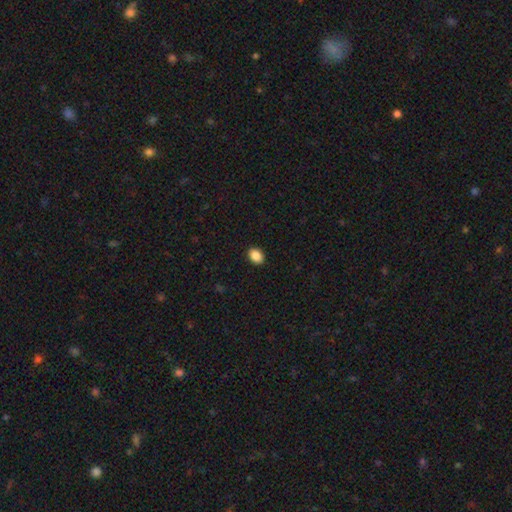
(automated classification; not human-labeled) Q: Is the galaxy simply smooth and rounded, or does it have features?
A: smooth — 89%.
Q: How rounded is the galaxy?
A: in between — 74%.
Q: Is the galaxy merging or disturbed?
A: none — 91%.